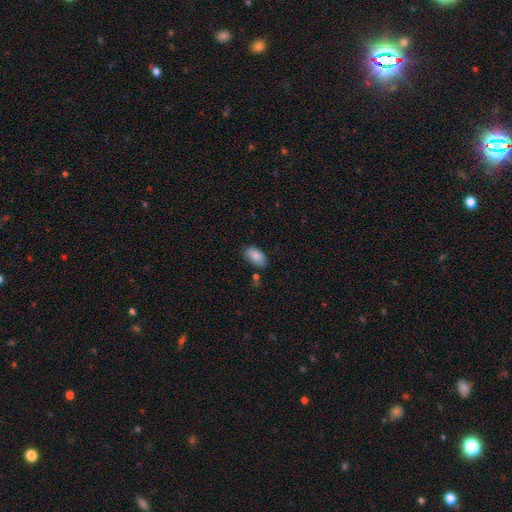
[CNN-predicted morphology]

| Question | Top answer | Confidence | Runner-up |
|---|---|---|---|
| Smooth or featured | smooth | 87% | star or artifact (7%) |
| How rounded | in between | 94% | round (4%) |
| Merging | none | 74% | minor disturbance (18%) |